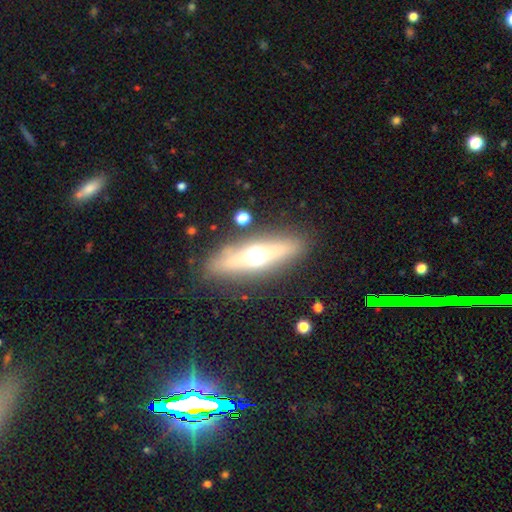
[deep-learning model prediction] Q: Smooth or featured?
A: featured or disk (52%); runner-up: smooth (38%)
Q: Edge-on disk?
A: yes (81%); runner-up: no (19%)
Q: Merging?
A: none (85%); runner-up: minor disturbance (9%)